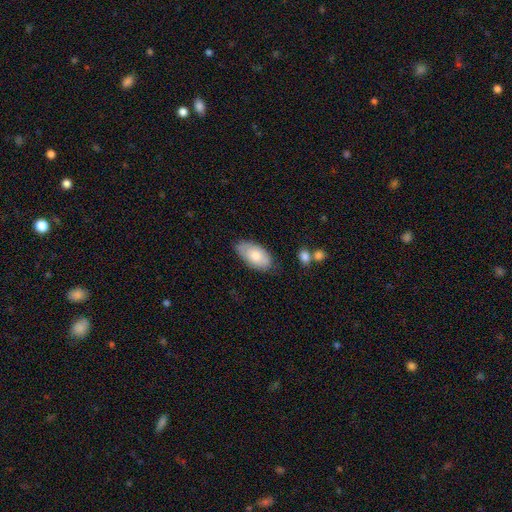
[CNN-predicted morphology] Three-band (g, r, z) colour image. It shows a smooth galaxy with no disk features (76%) that is in between round and cigar-shaped (94%). Merging: none (69%).